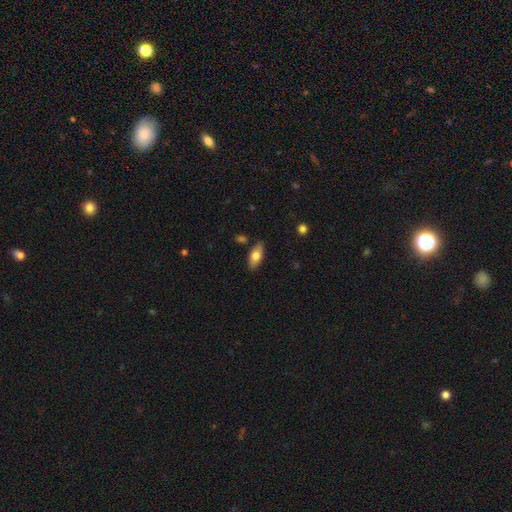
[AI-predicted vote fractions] Smooth or featured? smooth (73%)
How rounded? in between (83%)
Merging? none (84%)